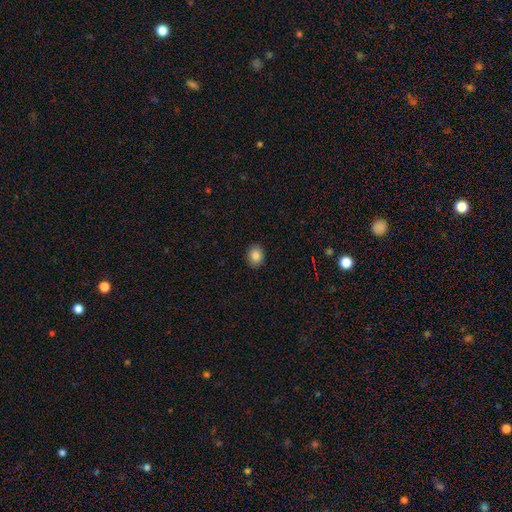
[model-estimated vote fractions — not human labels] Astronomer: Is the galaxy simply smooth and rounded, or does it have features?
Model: smooth — 84%.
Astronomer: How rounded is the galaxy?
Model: round — 55% (runner-up: in between, 45%).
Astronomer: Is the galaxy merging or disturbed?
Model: none — 90%.